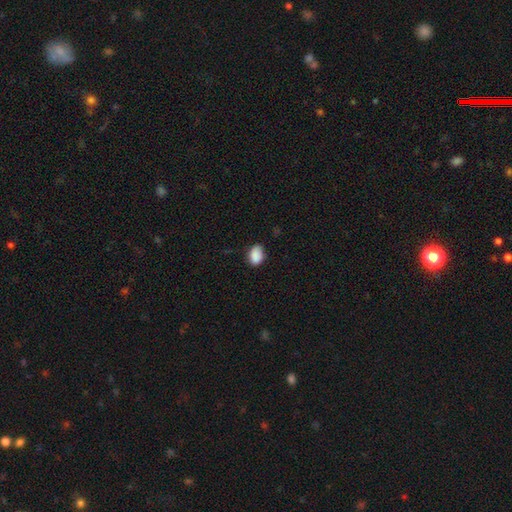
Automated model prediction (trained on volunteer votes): Q: Smooth or featured?
A: smooth (88%); runner-up: star or artifact (8%)
Q: How rounded?
A: in between (82%); runner-up: round (17%)
Q: Merging?
A: none (69%); runner-up: minor disturbance (25%)